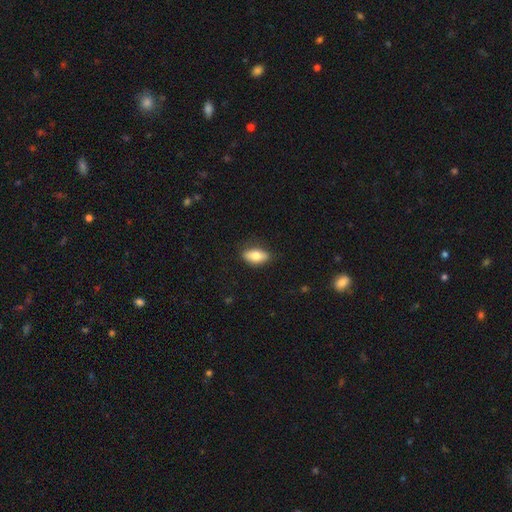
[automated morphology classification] smooth 77%, featured or disk 16%, star or artifact 7%. Down the decision tree: how rounded — in between (88%); merging — none (82%).